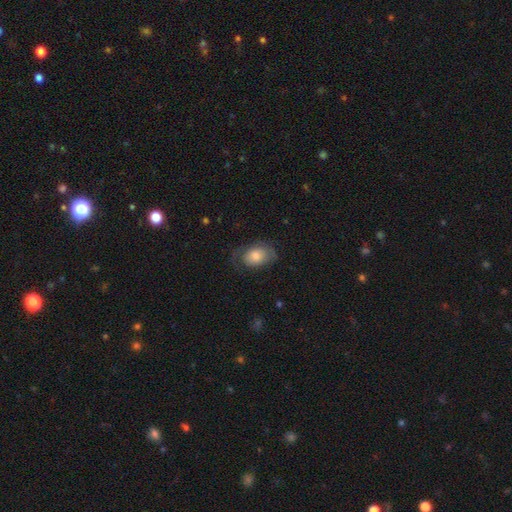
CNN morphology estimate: Smooth or featured? Predicted: smooth (p=0.63). How rounded? Predicted: in between (p=0.83). Merging? Predicted: none (p=0.52).